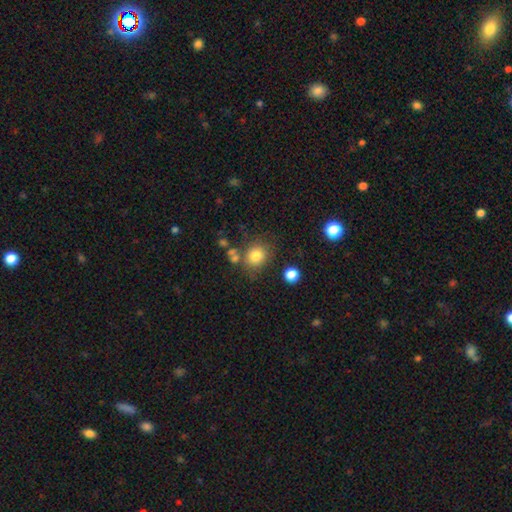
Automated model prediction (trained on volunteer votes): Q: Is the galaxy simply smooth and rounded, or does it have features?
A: smooth — 80%.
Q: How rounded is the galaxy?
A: round — 76%.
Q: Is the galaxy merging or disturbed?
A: none — 71%.